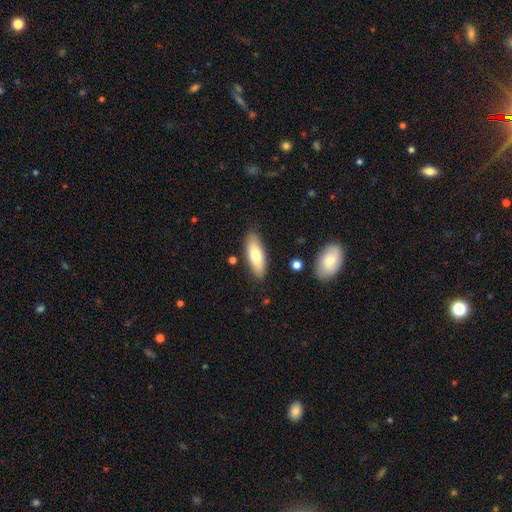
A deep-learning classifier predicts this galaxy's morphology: Overall: smooth (73%). How rounded: in between (68%; cigar-shaped 30%). Merging: none (86%).